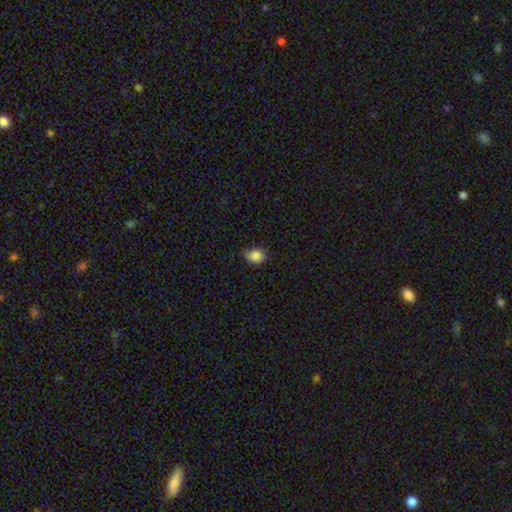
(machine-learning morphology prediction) smooth_or_featured: smooth (p=0.86) [alt: star or artifact p=0.10]
how_rounded: in between (p=0.52) [alt: round p=0.47]
merging: none (p=0.65) [alt: minor disturbance p=0.29]